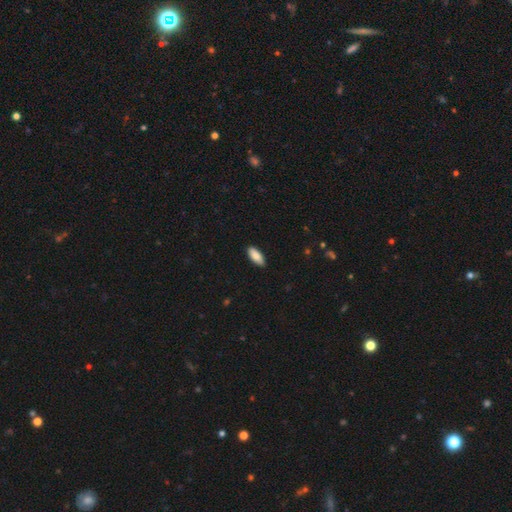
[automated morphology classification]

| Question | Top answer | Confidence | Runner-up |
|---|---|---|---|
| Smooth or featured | smooth | 86% | featured or disk (8%) |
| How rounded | in between | 83% | cigar-shaped (15%) |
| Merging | none | 88% | minor disturbance (10%) |